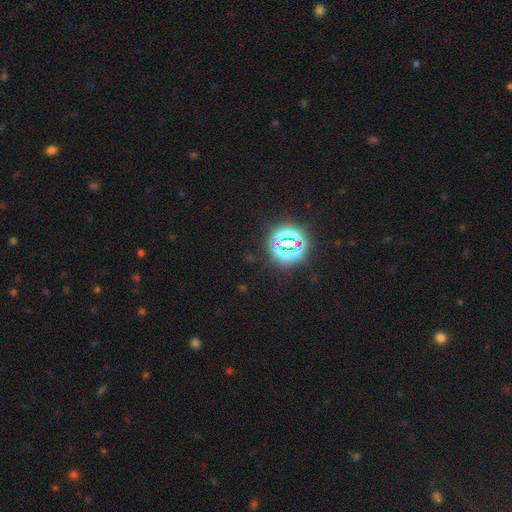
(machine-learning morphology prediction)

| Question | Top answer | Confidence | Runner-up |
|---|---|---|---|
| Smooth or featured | star or artifact | 84% | smooth (10%) |